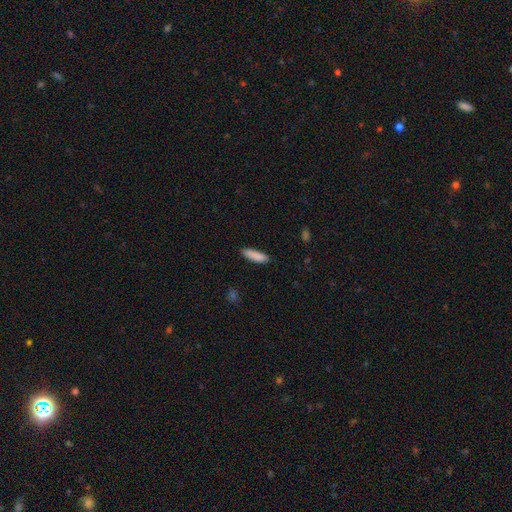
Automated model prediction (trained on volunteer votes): The model was most divided on "how rounded": cigar-shaped: 57%, in between: 42%, round: 1%. More confident: smooth or featured — smooth (88%); merging — none (83%).